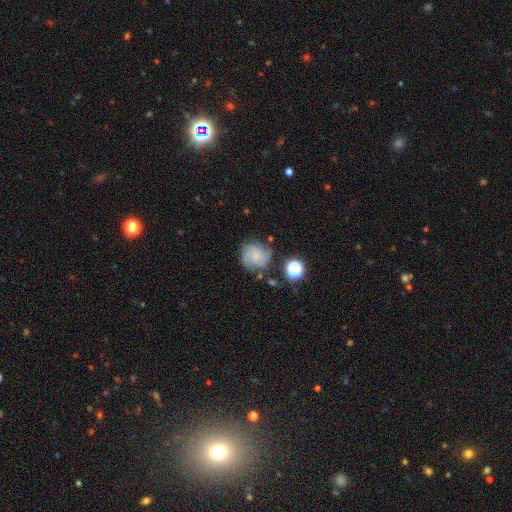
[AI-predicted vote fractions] Smooth or featured? Predicted: featured or disk (p=0.67). Edge-on disk? Predicted: no (p=0.98). Bar? Predicted: no (p=0.75). Spiral arms? Predicted: yes (p=0.93). Spiral winding? Predicted: tight (p=0.54). Spiral arm count? Predicted: 3 (p=0.32). Bulge size? Predicted: small (p=0.68). Merging? Predicted: none (p=0.69).